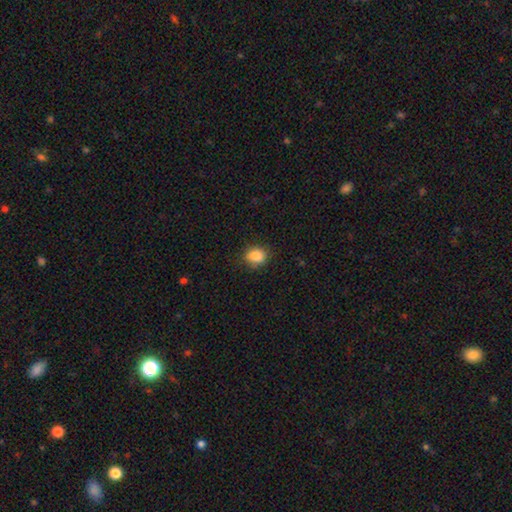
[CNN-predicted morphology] Smooth or featured?
  - smooth: 87% *
  - star or artifact: 10%
  - featured or disk: 4%
How rounded?
  - round: 56% *
  - in between: 43%
  - cigar-shaped: 1%
Merging?
  - none: 80% *
  - minor disturbance: 15%
  - major disturbance: 3%
  - merger: 1%